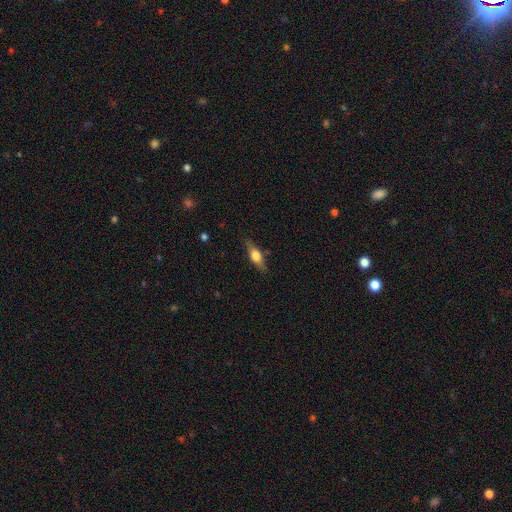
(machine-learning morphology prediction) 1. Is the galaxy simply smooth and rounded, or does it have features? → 52% smooth, 42% featured or disk, 7% star or artifact.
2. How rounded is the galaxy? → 56% in between, 39% cigar-shaped, 6% round.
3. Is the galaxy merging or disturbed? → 81% none, 14% minor disturbance, 4% major disturbance, 1% merger.